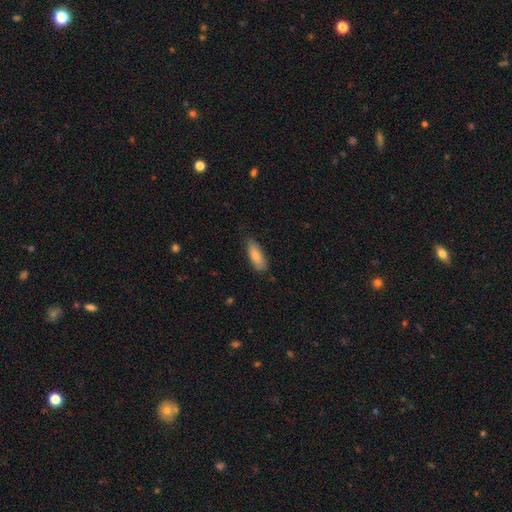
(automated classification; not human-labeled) This appears to be a smooth galaxy with no disk features (83%) that is in between round and cigar-shaped (71%). Merging: none (78%).